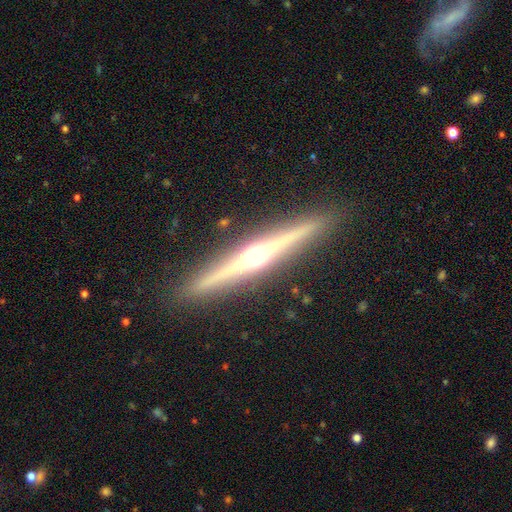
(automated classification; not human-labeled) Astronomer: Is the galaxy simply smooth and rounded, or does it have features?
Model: featured or disk — 80%.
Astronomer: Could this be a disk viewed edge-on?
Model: yes — 98%.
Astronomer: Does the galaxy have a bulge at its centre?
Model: rounded — 92%.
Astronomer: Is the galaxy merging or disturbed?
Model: none — 90%.